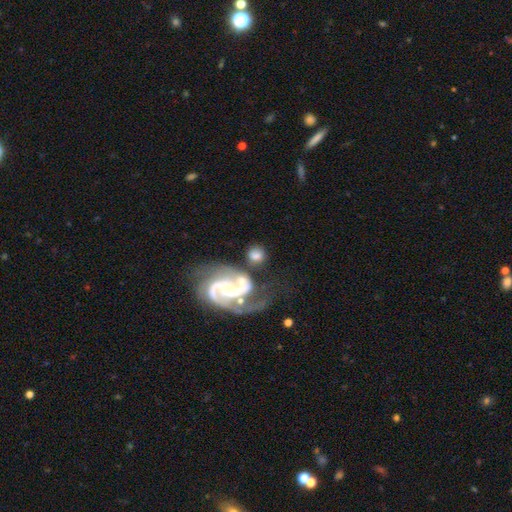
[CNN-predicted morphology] Smooth or featured: featured or disk — 48% (smooth — 44%)
Merging: none — 51% (merger — 26%)